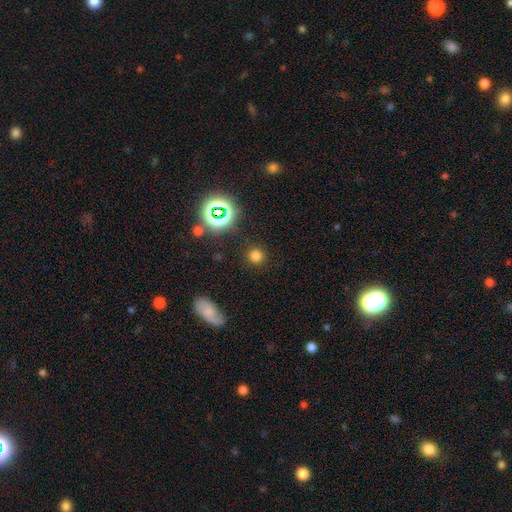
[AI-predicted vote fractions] Morphology: type=smooth (72%); roundness=round (93%); merging=none (89%).